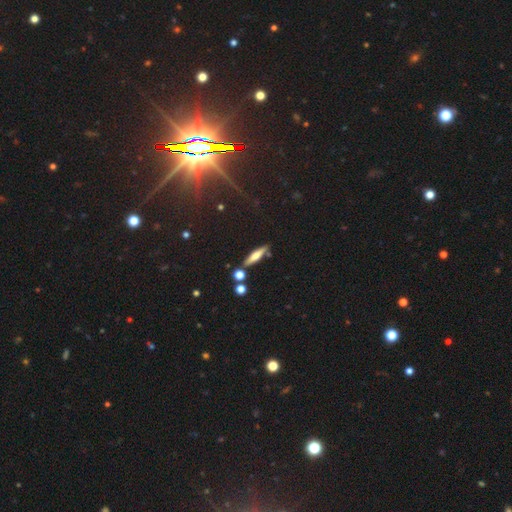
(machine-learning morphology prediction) This appears to be a smooth galaxy with no disk features (52%) that is cigar-shaped (79%). Merging: none (80%).